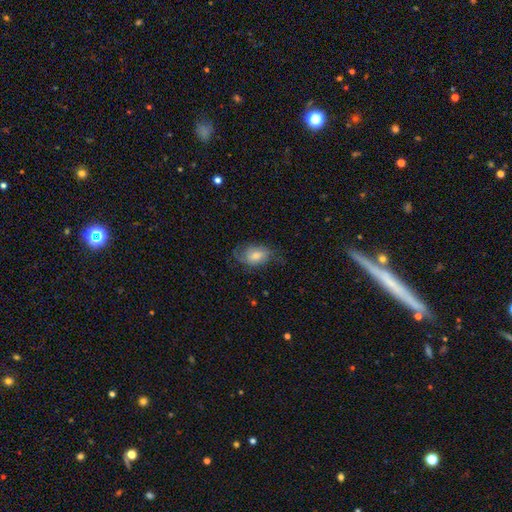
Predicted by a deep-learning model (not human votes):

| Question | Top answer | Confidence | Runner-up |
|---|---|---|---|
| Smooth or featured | smooth | 54% | featured or disk (38%) |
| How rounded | in between | 85% | round (13%) |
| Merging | none | 52% | minor disturbance (28%) |